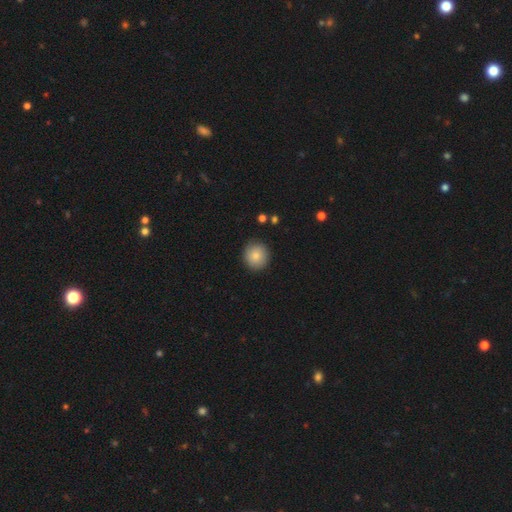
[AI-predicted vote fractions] This appears to be a smooth galaxy with no disk features (82%) that is round (92%). Merging: none (88%).